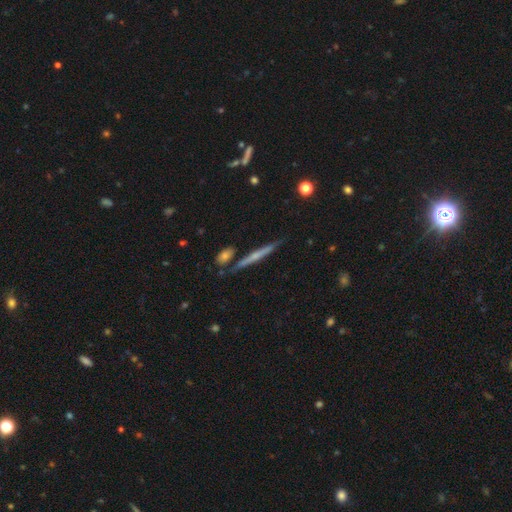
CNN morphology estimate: Smooth or featured: featured or disk — 54% (smooth — 39%)
Edge-on disk: yes — 96% (no — 4%)
Edge-on bulge: none — 57% (rounded — 34%)
Merging: none — 83% (minor disturbance — 10%)